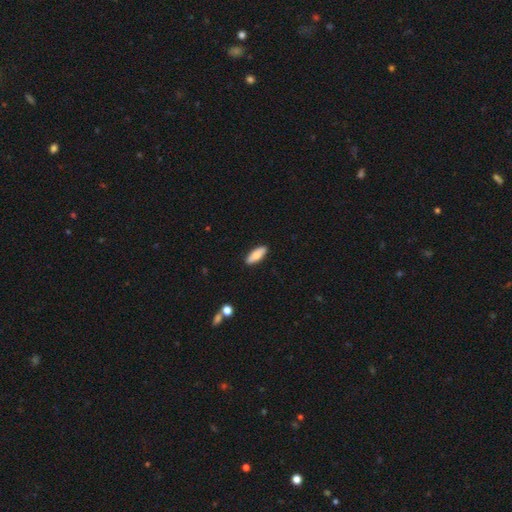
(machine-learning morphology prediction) Smooth or featured: smooth — 75% (featured or disk — 19%)
How rounded: in between — 67% (cigar-shaped — 31%)
Merging: none — 90% (minor disturbance — 7%)